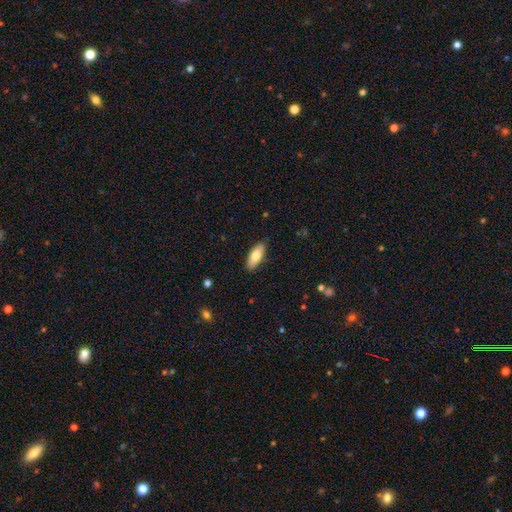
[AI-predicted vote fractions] Morphology: type=smooth (76%); roundness=in between (77%); merging=none (86%).